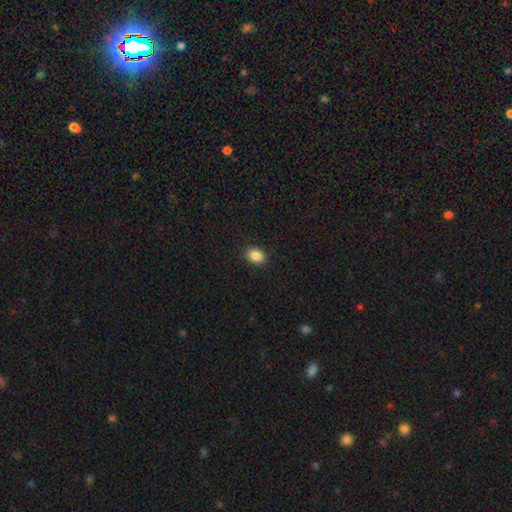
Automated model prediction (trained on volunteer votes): Q: Smooth or featured?
A: smooth (87%); runner-up: star or artifact (9%)
Q: How rounded?
A: in between (72%); runner-up: round (27%)
Q: Merging?
A: none (90%); runner-up: minor disturbance (7%)